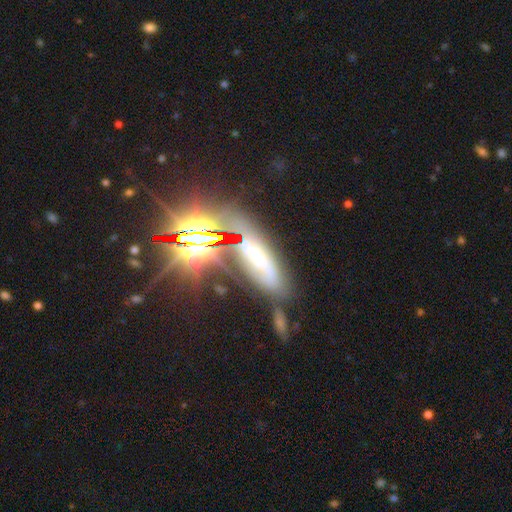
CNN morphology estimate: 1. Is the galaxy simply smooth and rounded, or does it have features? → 49% star or artifact, 29% featured or disk, 23% smooth.